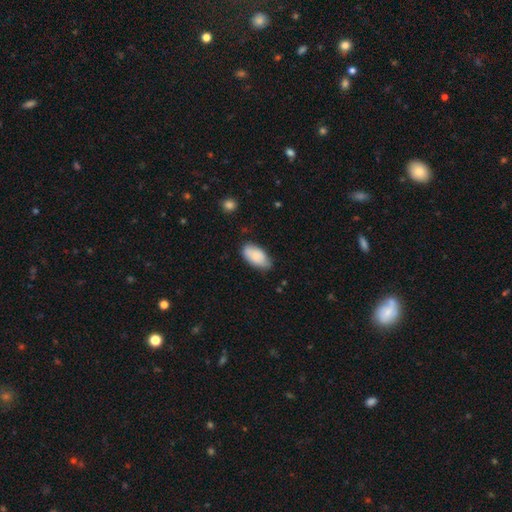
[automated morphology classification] This appears to be a smooth galaxy with no disk features (83%) that is in between round and cigar-shaped (94%). Merging: none (69%).